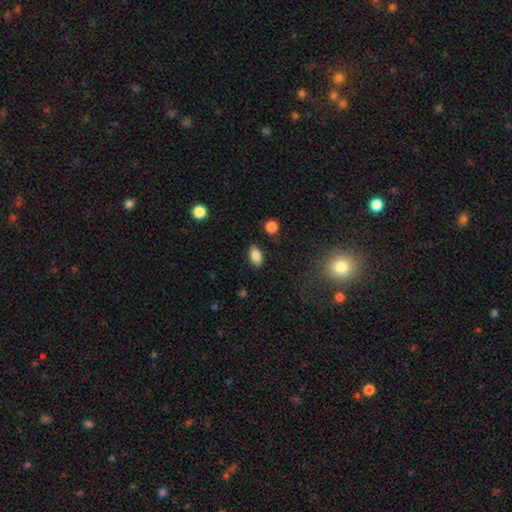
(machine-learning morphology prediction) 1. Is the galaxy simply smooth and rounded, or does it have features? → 86% smooth, 9% star or artifact, 6% featured or disk.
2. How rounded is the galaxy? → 92% in between, 6% round, 3% cigar-shaped.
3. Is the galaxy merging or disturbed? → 85% none, 10% minor disturbance, 3% major disturbance, 2% merger.